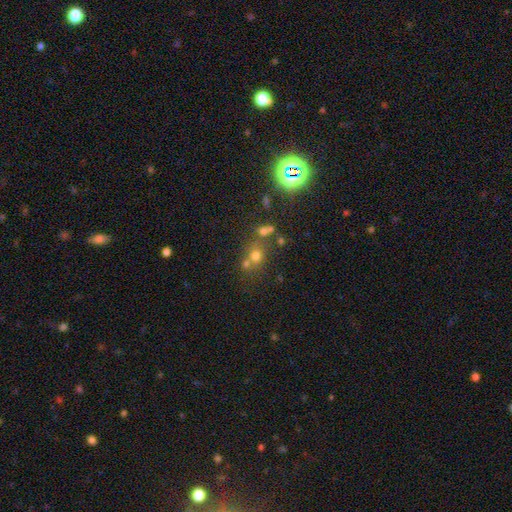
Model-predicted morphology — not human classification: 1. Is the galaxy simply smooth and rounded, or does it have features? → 55% smooth, 32% star or artifact, 13% featured or disk.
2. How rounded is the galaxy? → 81% round, 18% in between, 1% cigar-shaped.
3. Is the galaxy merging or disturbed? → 56% none, 30% merger, 9% minor disturbance, 5% major disturbance.